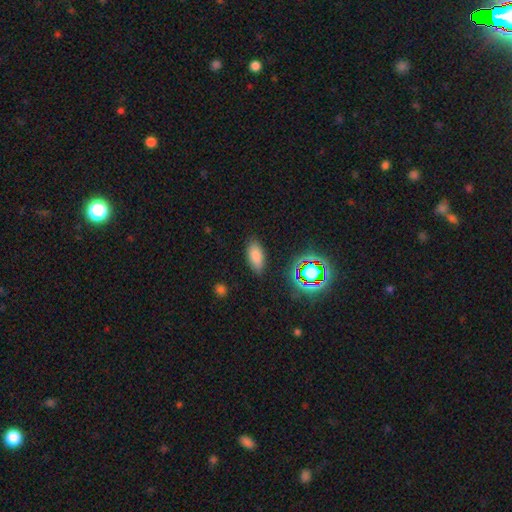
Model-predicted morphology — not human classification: Overall: smooth (78%). How rounded: in between (88%). Merging: none (83%).